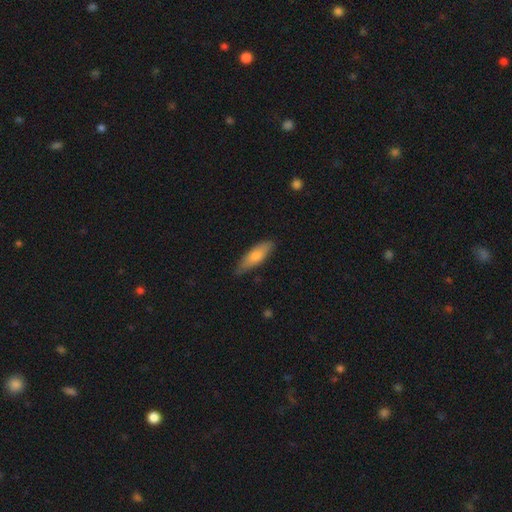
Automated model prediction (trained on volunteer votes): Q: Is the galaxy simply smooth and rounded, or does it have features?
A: smooth — 65%.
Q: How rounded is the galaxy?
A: cigar-shaped — 58%.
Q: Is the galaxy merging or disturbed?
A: none — 82%.